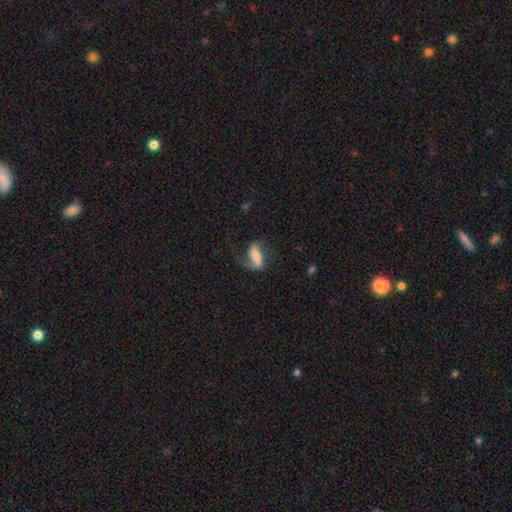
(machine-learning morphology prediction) The model was most divided on "bulge size": small: 29%, moderate: 27%, none: 21%, large: 18%, dominant: 5%. Remaining: edge-on disk — no (92%); spiral arms — yes (87%); smooth or featured — featured or disk (58%); merging — none (46%); bar — strong (45%).